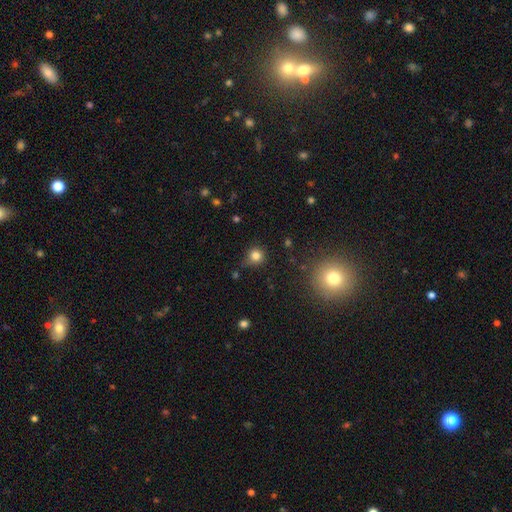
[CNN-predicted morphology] Smooth or featured: smooth — 81% (star or artifact — 14%)
How rounded: round — 90% (in between — 9%)
Merging: none — 72% (minor disturbance — 19%)